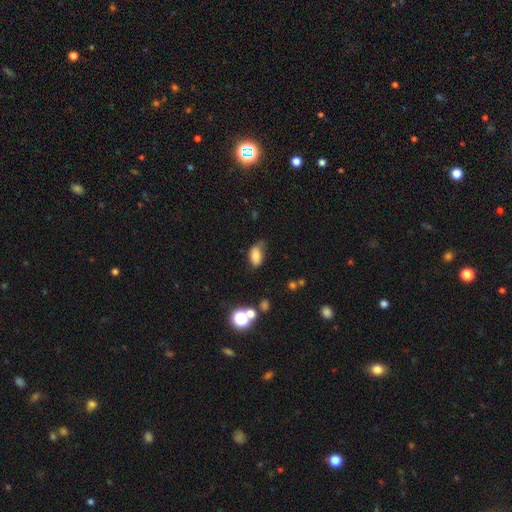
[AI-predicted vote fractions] Q: Smooth or featured?
A: smooth (78%); runner-up: featured or disk (11%)
Q: How rounded?
A: in between (89%); runner-up: round (9%)
Q: Merging?
A: none (47%); runner-up: minor disturbance (37%)